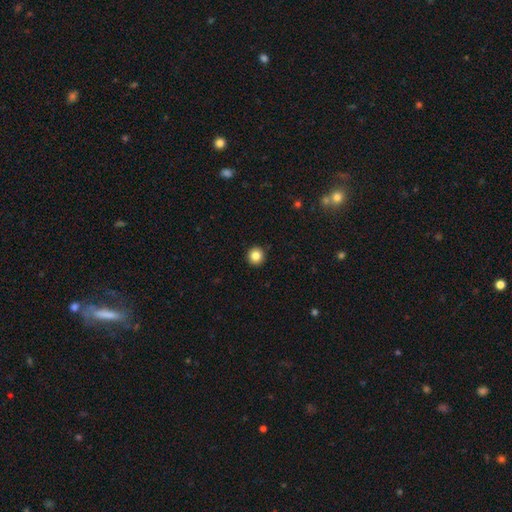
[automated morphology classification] The model was most divided on "smooth or featured": smooth: 84%, star or artifact: 10%, featured or disk: 5%. More confident: how rounded — round (95%); merging — none (93%).